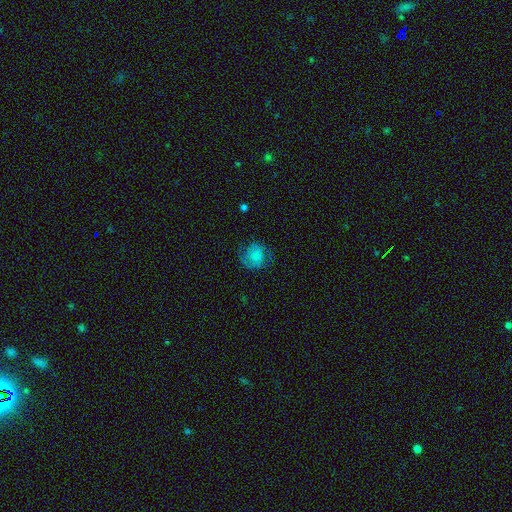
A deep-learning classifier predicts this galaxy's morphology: smooth-or-featured: smooth: 46% | featured or disk: 44% | star or artifact: 10%
  merging: none: 67% | minor disturbance: 19% | major disturbance: 12% | merger: 1%